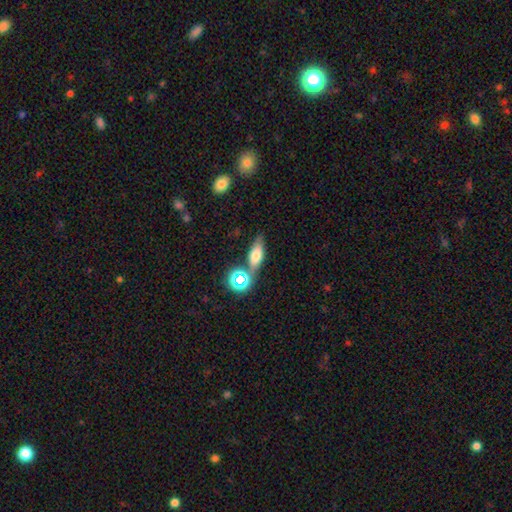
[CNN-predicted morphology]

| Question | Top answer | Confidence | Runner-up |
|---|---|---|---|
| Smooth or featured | smooth | 59% | featured or disk (26%) |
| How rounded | in between | 60% | cigar-shaped (30%) |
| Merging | none | 70% | merger (13%) |